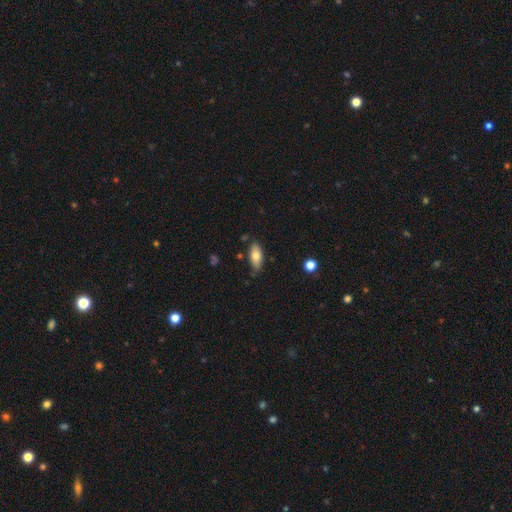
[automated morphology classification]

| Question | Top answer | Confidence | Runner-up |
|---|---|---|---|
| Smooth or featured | smooth | 76% | featured or disk (17%) |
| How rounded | in between | 83% | cigar-shaped (15%) |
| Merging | none | 77% | minor disturbance (17%) |